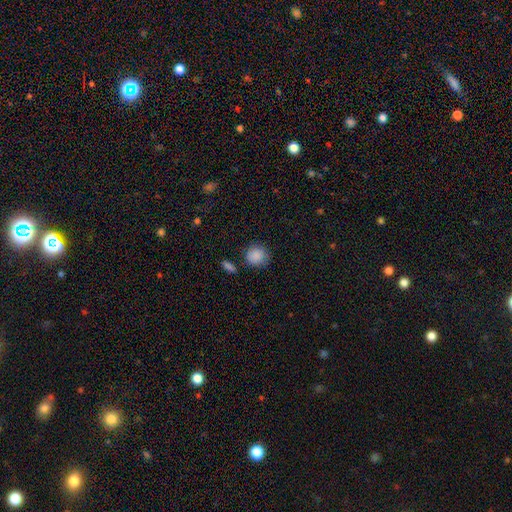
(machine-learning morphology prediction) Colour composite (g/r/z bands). It shows a smooth galaxy with no disk features (88%) that is round (87%). Merging: none (81%).